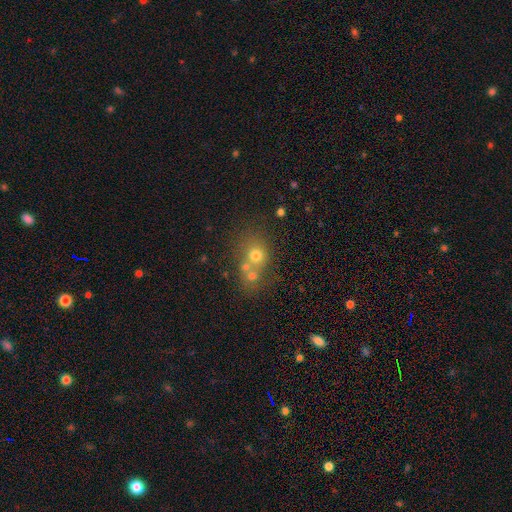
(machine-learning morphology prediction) This is likely a smooth galaxy (64%). How rounded: likely round (73%). Merging: marginally merger (44%).